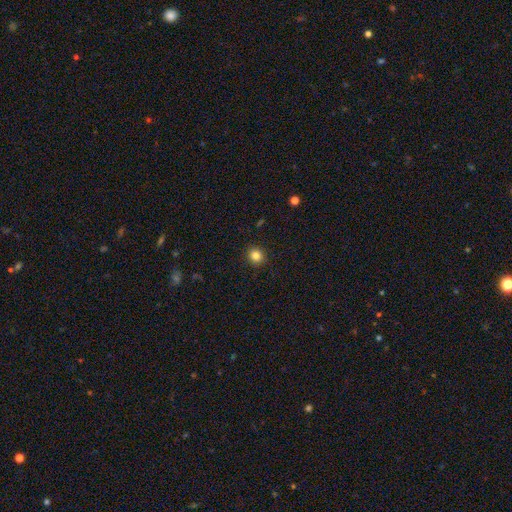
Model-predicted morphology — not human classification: Smooth or featured? Predicted: smooth (p=0.83). How rounded? Predicted: round (p=0.88). Merging? Predicted: none (p=0.92).